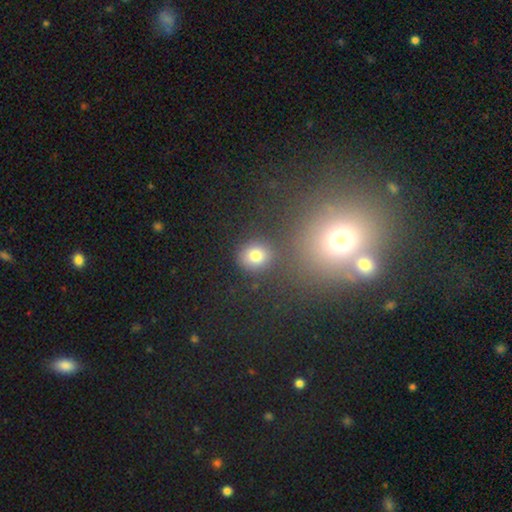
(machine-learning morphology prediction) Smooth or featured? smooth (77%)
How rounded? round (80%)
Merging? none (82%)